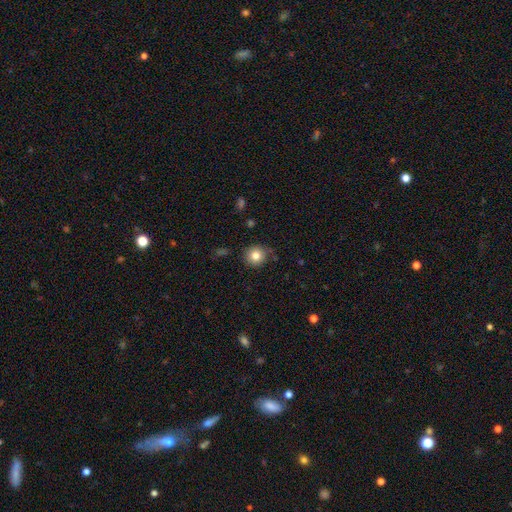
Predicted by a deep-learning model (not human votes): Smooth or featured: smooth — 82% (star or artifact — 11%)
How rounded: round — 92% (in between — 7%)
Merging: none — 83% (minor disturbance — 12%)